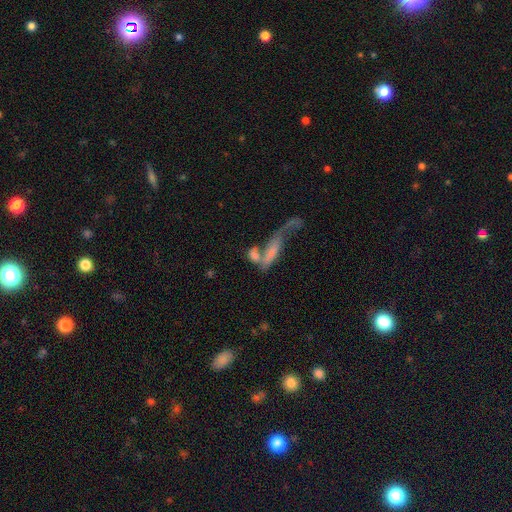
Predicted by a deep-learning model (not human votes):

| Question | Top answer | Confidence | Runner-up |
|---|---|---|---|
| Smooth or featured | smooth | 56% | featured or disk (33%) |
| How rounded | in between | 48% | cigar-shaped (45%) |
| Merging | merger | 55% | none (20%) |